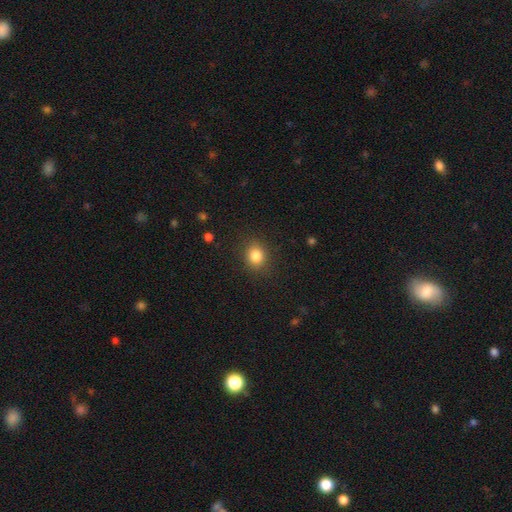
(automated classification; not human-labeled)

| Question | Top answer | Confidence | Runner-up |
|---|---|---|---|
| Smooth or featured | smooth | 83% | star or artifact (11%) |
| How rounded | round | 68% | in between (31%) |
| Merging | none | 87% | minor disturbance (9%) |